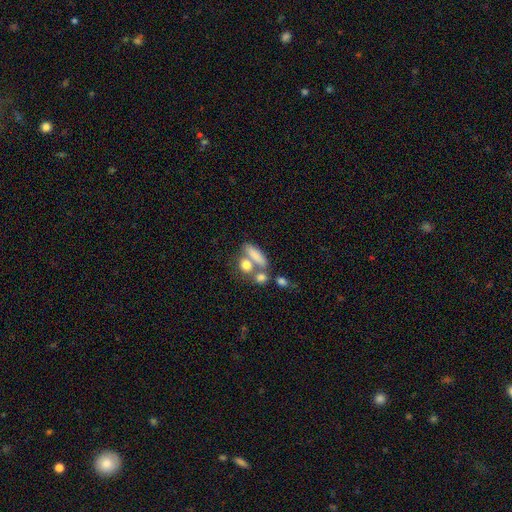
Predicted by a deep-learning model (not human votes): Morphology: type=smooth (74%); roundness=in between (56%); merging=none (43%).